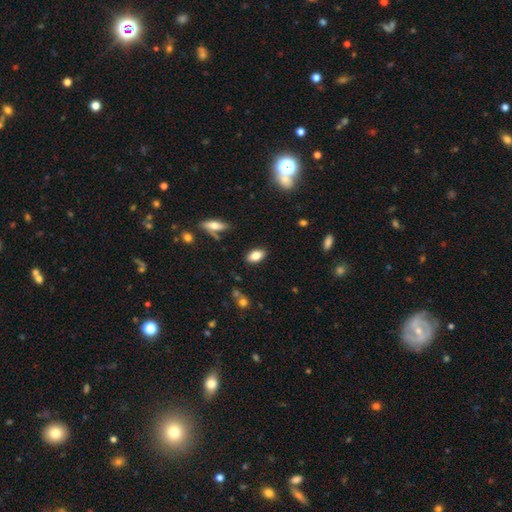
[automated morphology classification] A smooth galaxy with no disk features (82%) that is in between round and cigar-shaped (90%).

Vote fractions:
- Smooth or featured? smooth: 82% / featured or disk: 9% / star or artifact: 8%
- How rounded? in between: 90% / round: 6% / cigar-shaped: 4%
- Merging? none: 86% / minor disturbance: 10% / major disturbance: 2% / merger: 2%